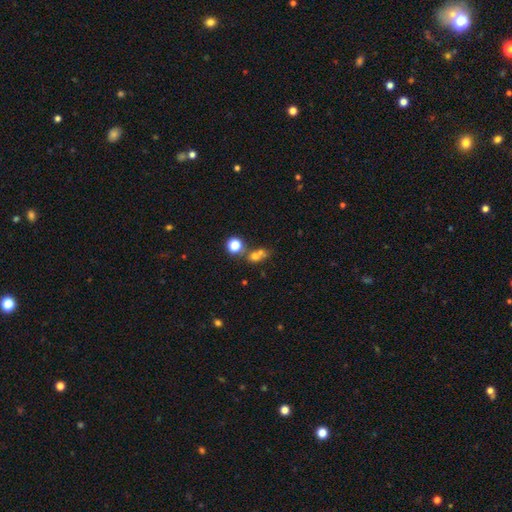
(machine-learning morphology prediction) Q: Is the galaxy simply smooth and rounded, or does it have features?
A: smooth — 62%.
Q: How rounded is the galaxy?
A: round — 69%.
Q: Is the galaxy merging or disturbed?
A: merger — 47%.